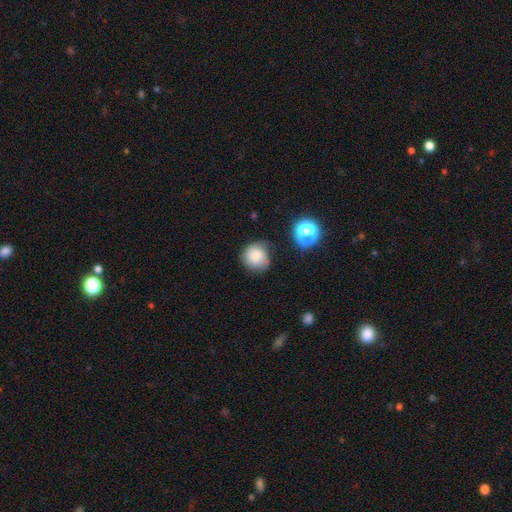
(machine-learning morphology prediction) This appears to be a smooth galaxy with no disk features (79%) that is round (88%). Merging: none (58%).